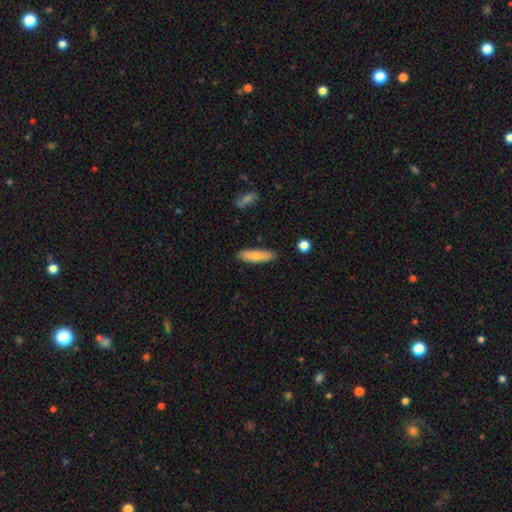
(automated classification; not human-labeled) Smooth or featured? smooth (76%)
How rounded? cigar-shaped (66%)
Merging? none (86%)